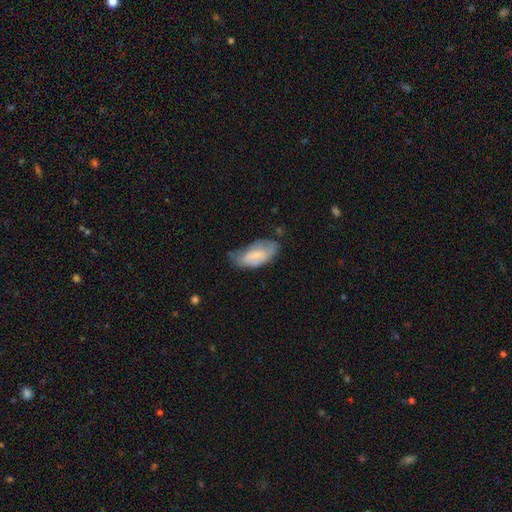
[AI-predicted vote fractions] Overall: smooth (56%; featured or disk 37%). How rounded: in between (91%). Merging: none (41%; minor disturbance 39%).